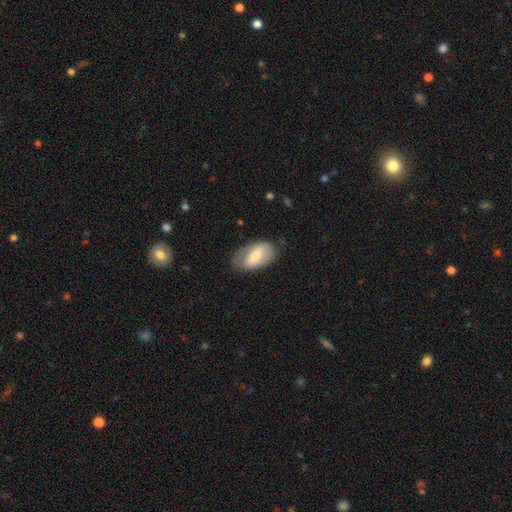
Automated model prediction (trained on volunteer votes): A smooth galaxy with no disk features (57%) that is in between round and cigar-shaped (93%).

Vote fractions:
- Smooth or featured? smooth: 57% / featured or disk: 37% / star or artifact: 6%
- How rounded? in between: 93% / round: 5% / cigar-shaped: 2%
- Merging? none: 67% / minor disturbance: 23% / major disturbance: 8% / merger: 1%